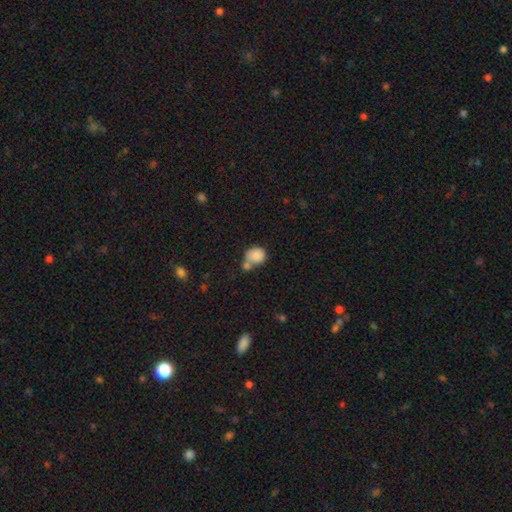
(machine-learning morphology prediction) smooth_or_featured: smooth (p=0.83) [alt: star or artifact p=0.09]
how_rounded: round (p=0.73) [alt: in between p=0.26]
merging: merger (p=0.47) [alt: none p=0.35]